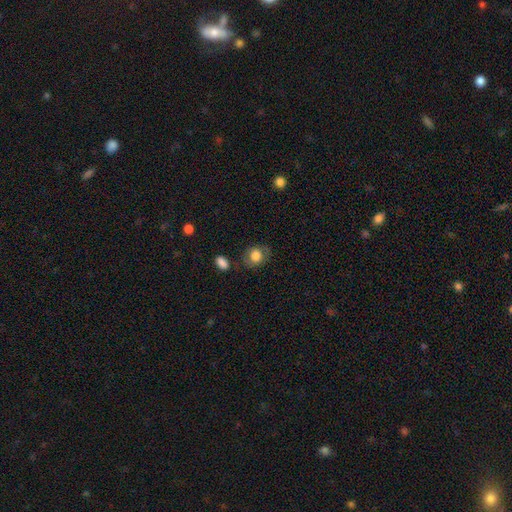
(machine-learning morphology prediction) Overall: smooth (78%). How rounded: round (60%; in between 39%). Merging: none (76%).